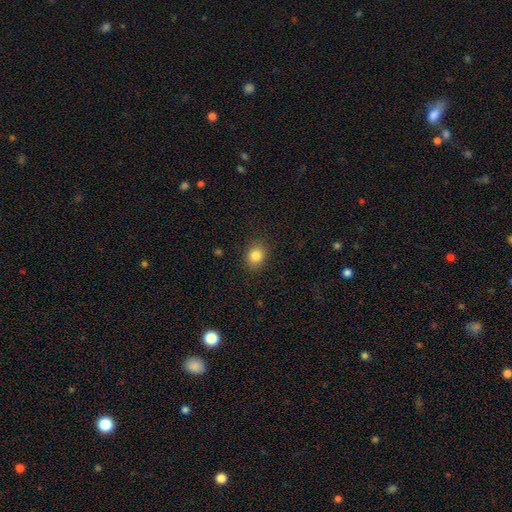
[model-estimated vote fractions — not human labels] smooth 84%, star or artifact 11%, featured or disk 5%. Down the decision tree: how rounded — round (63%); merging — none (88%).